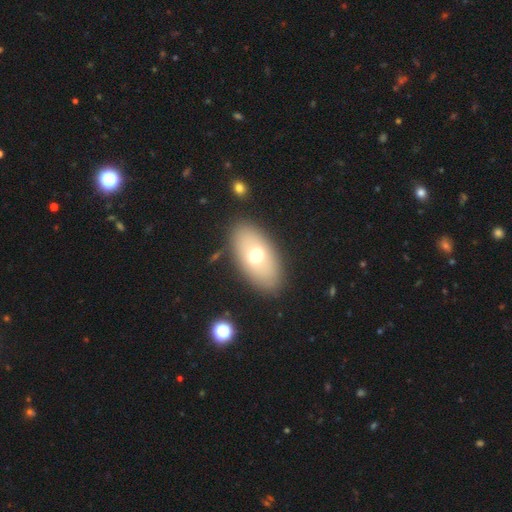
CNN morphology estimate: Smooth or featured? Predicted: smooth (p=0.64). How rounded? Predicted: in between (p=0.91). Merging? Predicted: none (p=0.84).